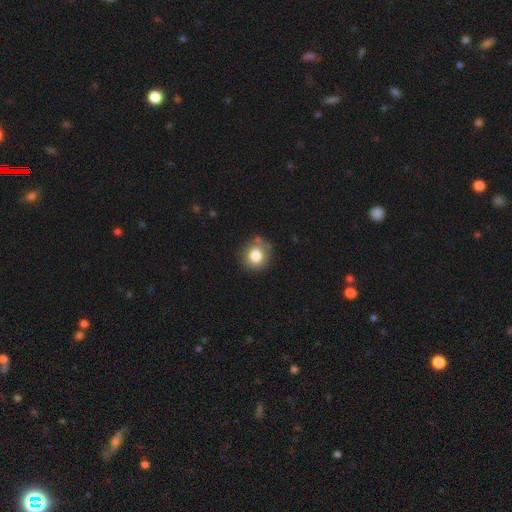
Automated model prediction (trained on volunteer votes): The model was most divided on "merging": none: 75%, minor disturbance: 16%, merger: 5%, major disturbance: 4%. More confident: how rounded — round (83%); smooth or featured — smooth (80%).